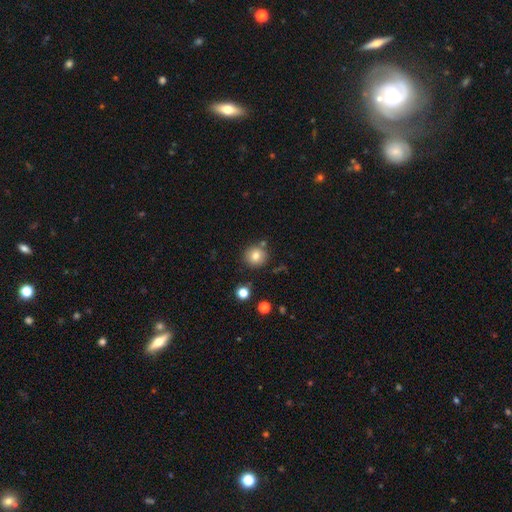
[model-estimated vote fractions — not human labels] This appears to be a smooth galaxy with no disk features (79%) that is round (93%). Merging: none (82%).